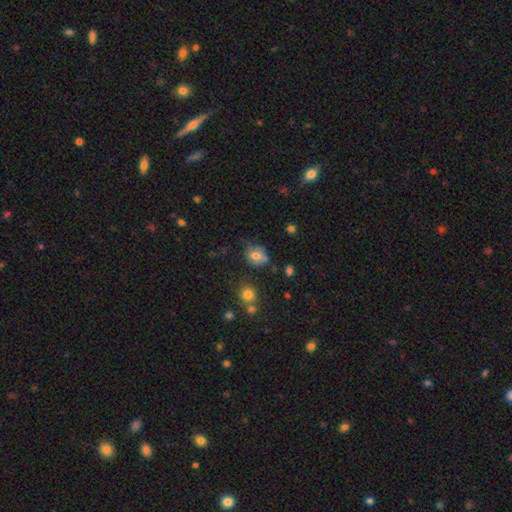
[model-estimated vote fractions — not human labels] smooth 67%, featured or disk 21%, star or artifact 12%. Down the decision tree: how rounded — in between (55%); merging — none (49%).